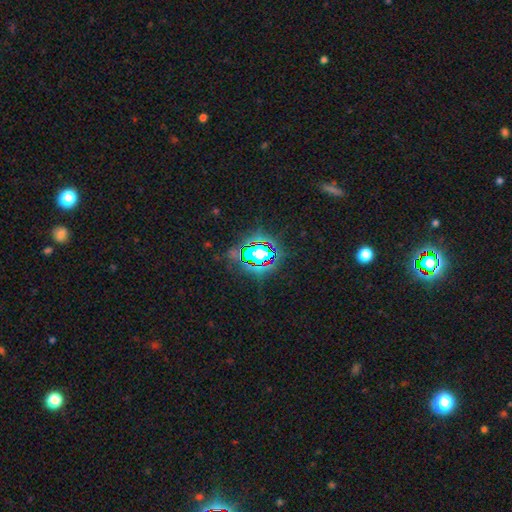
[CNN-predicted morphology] A star or artifact, not a galaxy (80%).

Vote fractions:
- Smooth or featured? star or artifact: 80% / smooth: 12% / featured or disk: 8%